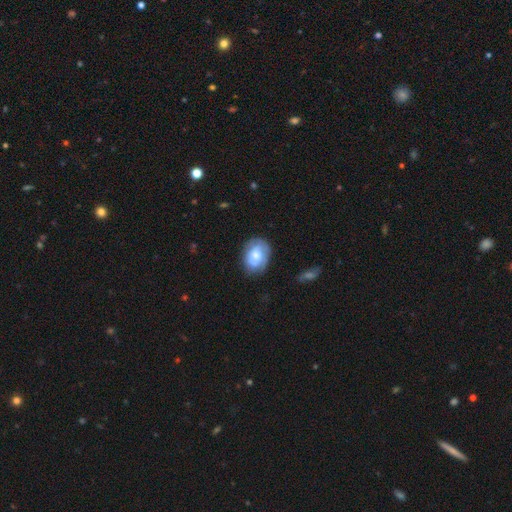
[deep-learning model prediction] This is possibly a smooth galaxy (49%). Merging: likely none (70%).